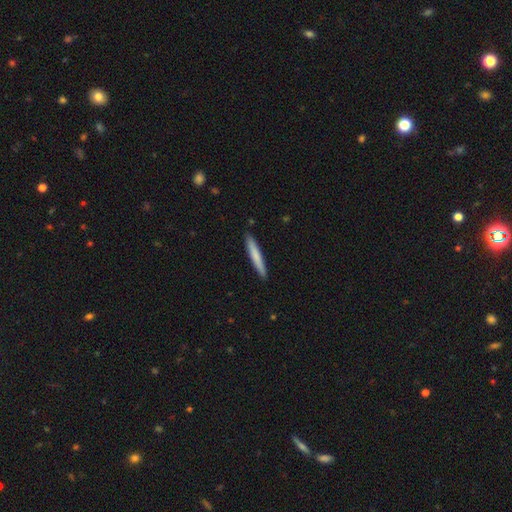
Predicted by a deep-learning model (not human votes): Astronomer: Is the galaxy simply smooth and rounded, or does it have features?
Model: smooth — 72%.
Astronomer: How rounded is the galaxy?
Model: cigar-shaped — 95%.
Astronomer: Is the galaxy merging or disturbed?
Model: none — 91%.